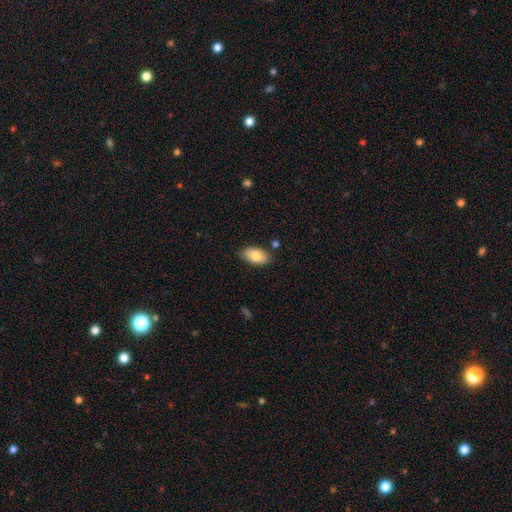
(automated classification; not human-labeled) smooth_or_featured: smooth (p=0.81) [alt: featured or disk p=0.13]
how_rounded: in between (p=0.93) [alt: round p=0.04]
merging: none (p=0.82) [alt: minor disturbance p=0.13]